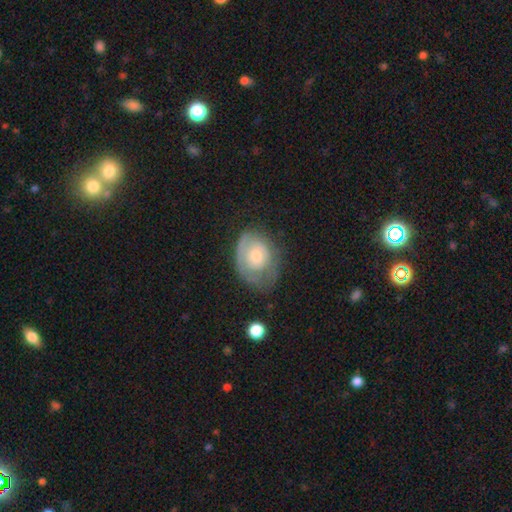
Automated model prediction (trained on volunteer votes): This is possibly a featured or disk galaxy (54%). It is clearly not viewed edge-on (95%). Bar: clearly no (83%). Spiral arm pattern: possibly yes (56%). Central bulge: possibly moderate (47%). Merging: possibly none (50%).